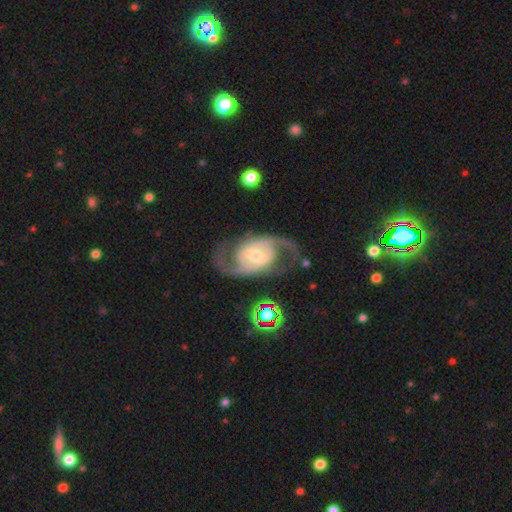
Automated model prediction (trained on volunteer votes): Q: Smooth or featured?
A: featured or disk (90%); runner-up: star or artifact (5%)
Q: Edge-on disk?
A: no (97%); runner-up: yes (3%)
Q: Bar?
A: weak (48%); runner-up: no (27%)
Q: Spiral arms?
A: yes (97%); runner-up: no (3%)
Q: Spiral winding?
A: medium (58%); runner-up: tight (23%)
Q: Spiral arm count?
A: 2 (92%); runner-up: can't tell (3%)
Q: Bulge size?
A: moderate (54%); runner-up: small (36%)
Q: Merging?
A: none (77%); runner-up: minor disturbance (13%)